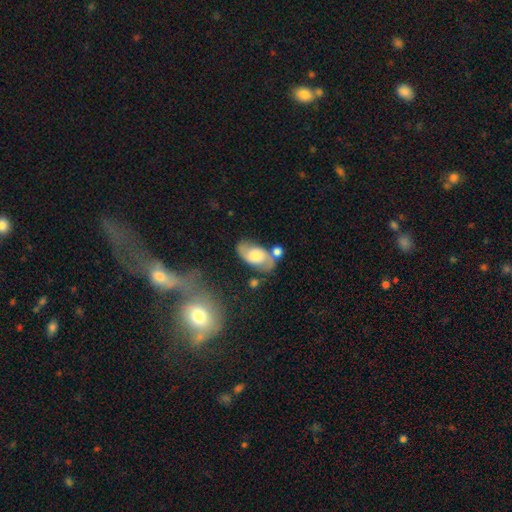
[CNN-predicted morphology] featured or disk 54%, smooth 39%, star or artifact 7%. Down the decision tree: edge-on disk — no (93%); bar — no (70%); spiral arms — yes (79%); bulge size — moderate (49%); merging — none (55%).